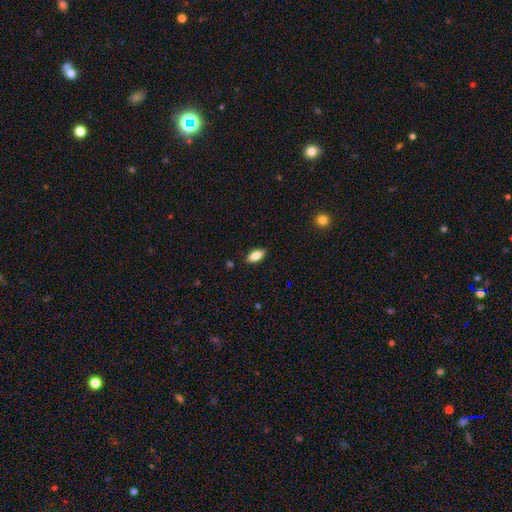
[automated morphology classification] The model was most divided on "smooth or featured": smooth: 82%, featured or disk: 11%, star or artifact: 7%. More confident: merging — none (87%); how rounded — in between (85%).